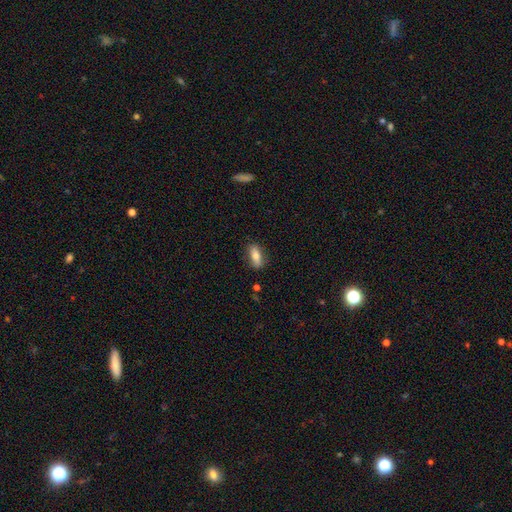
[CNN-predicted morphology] Q: Smooth or featured?
A: smooth (72%); runner-up: featured or disk (21%)
Q: How rounded?
A: in between (69%); runner-up: cigar-shaped (28%)
Q: Merging?
A: none (83%); runner-up: minor disturbance (12%)